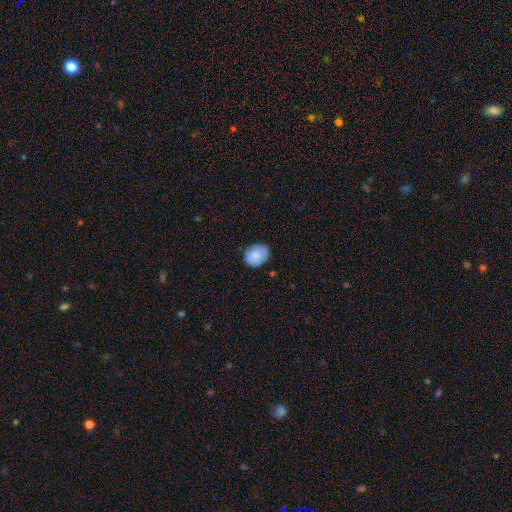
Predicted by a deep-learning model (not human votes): Morphology: type=smooth (81%); roundness=round (51%); merging=none (79%).